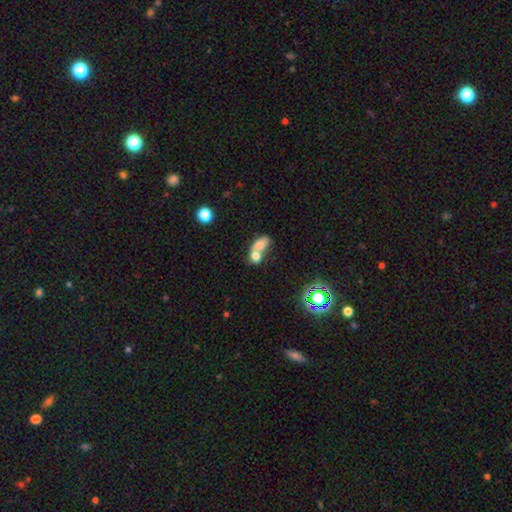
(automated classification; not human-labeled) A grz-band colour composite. It shows a smooth galaxy with no disk features (69%) that is in between round and cigar-shaped (64%). Merging: merger (73%).